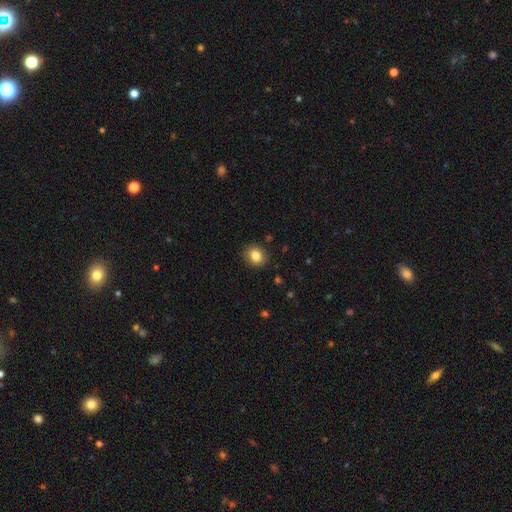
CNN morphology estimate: Overall: smooth (83%). How rounded: round (72%). Merging: none (90%).